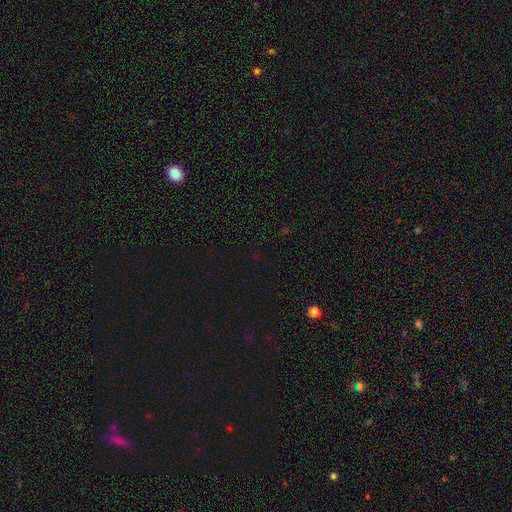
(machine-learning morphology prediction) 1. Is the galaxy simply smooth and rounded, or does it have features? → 70% star or artifact, 24% smooth, 6% featured or disk.